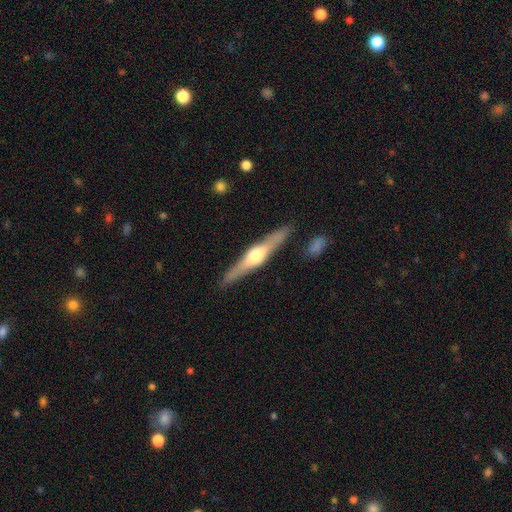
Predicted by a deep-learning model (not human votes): A featured or disk galaxy (71%) viewed edge-on (97%) with a rounded central bulge (92%). Merging: none (89%).